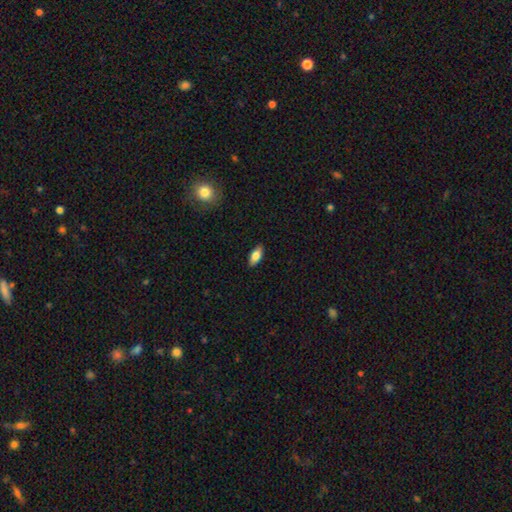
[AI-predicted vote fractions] Overall: smooth (80%). How rounded: in between (86%). Merging: none (90%).